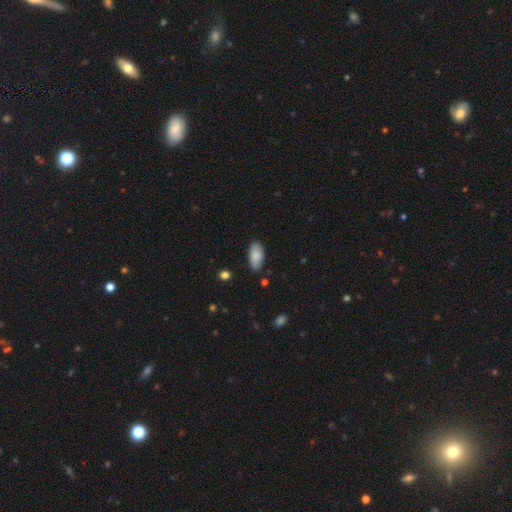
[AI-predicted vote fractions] Smooth or featured? Predicted: smooth (p=0.86). How rounded? Predicted: in between (p=0.91). Merging? Predicted: none (p=0.83).